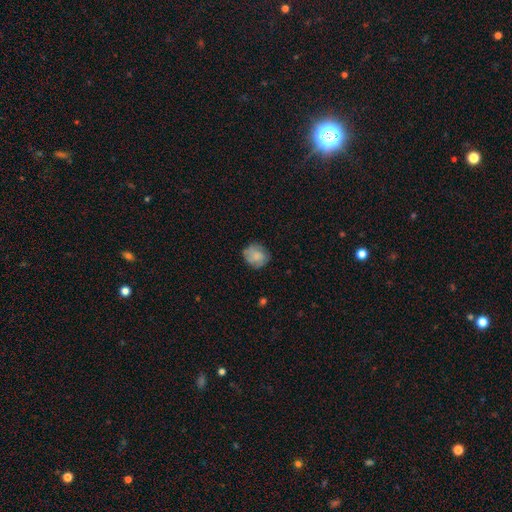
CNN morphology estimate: Smooth or featured? smooth (69%)
How rounded? round (76%)
Merging? none (73%)